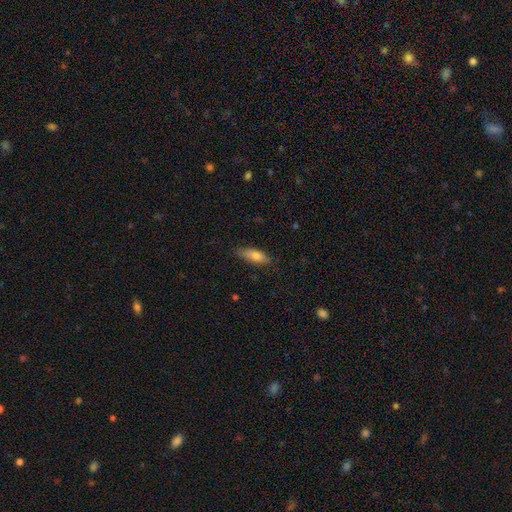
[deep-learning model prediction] smooth-or-featured: smooth: 77% | featured or disk: 17% | star or artifact: 7%
  how-rounded: in between: 66% | cigar-shaped: 32% | round: 2%
  merging: none: 78% | minor disturbance: 17% | major disturbance: 3% | merger: 1%